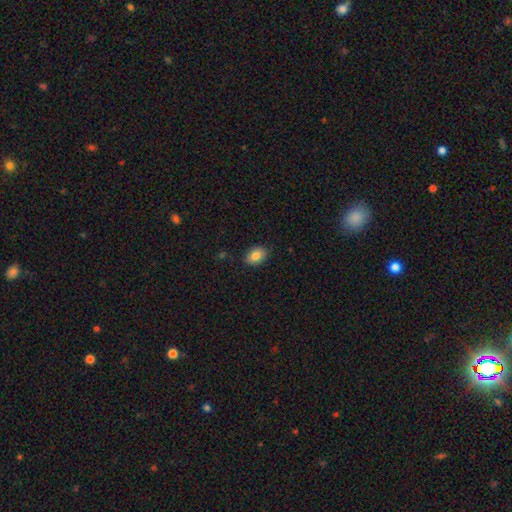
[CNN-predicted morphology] Smooth or featured: smooth — 84% (star or artifact — 8%)
How rounded: in between — 78% (round — 21%)
Merging: none — 86% (minor disturbance — 11%)